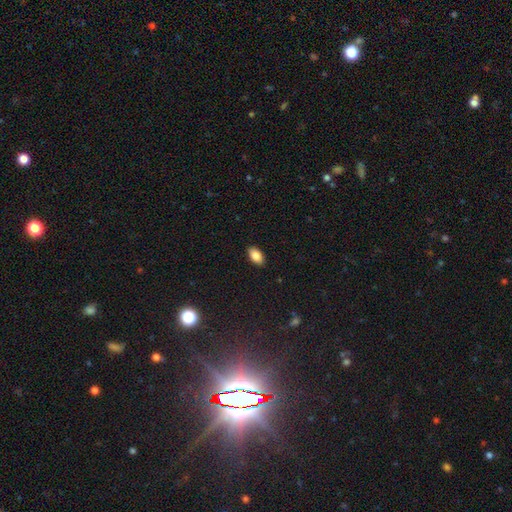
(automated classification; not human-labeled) Morphology: type=smooth (86%); roundness=in between (93%); merging=none (89%).